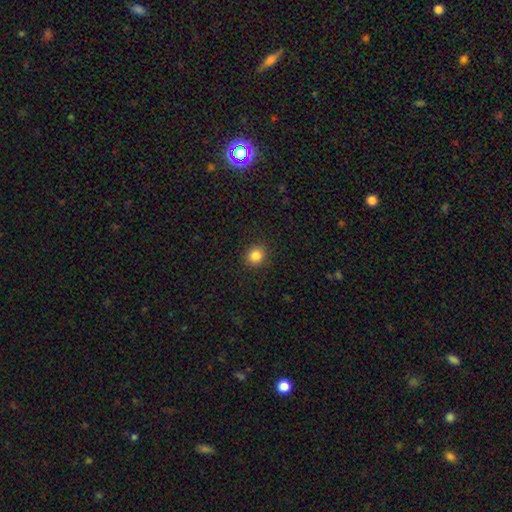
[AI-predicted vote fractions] This is clearly a smooth galaxy (85%). How rounded: clearly round (85%). Merging: clearly none (90%).